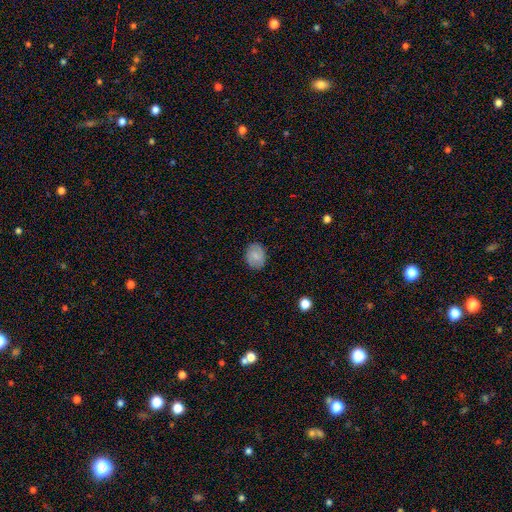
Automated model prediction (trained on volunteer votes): smooth_or_featured: smooth (p=0.64) [alt: featured or disk p=0.28]
how_rounded: in between (p=0.55) [alt: round p=0.44]
merging: none (p=0.85) [alt: minor disturbance p=0.11]